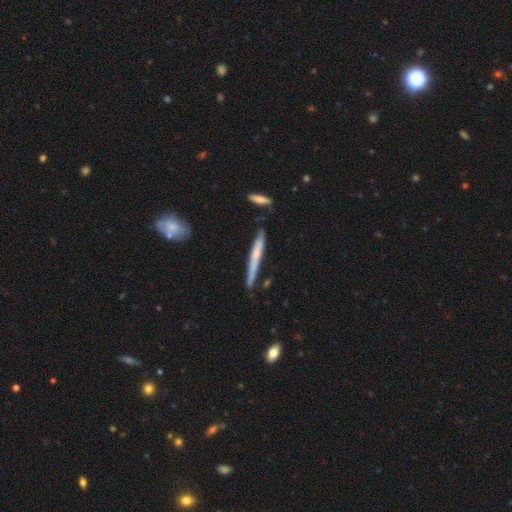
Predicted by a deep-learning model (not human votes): smooth-or-featured: featured or disk: 52% | smooth: 41% | star or artifact: 7%
  disk-edge-on: yes: 94% | no: 6%
  merging: none: 74% | minor disturbance: 19% | merger: 4% | major disturbance: 3%